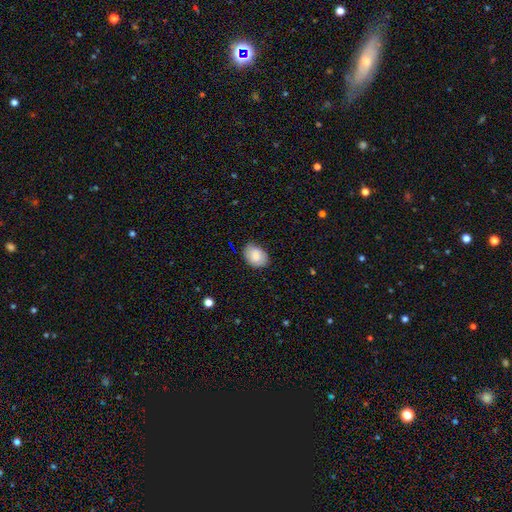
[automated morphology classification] This appears to be a smooth galaxy with no disk features (81%) that is in between round and cigar-shaped (75%). Merging: none (78%).